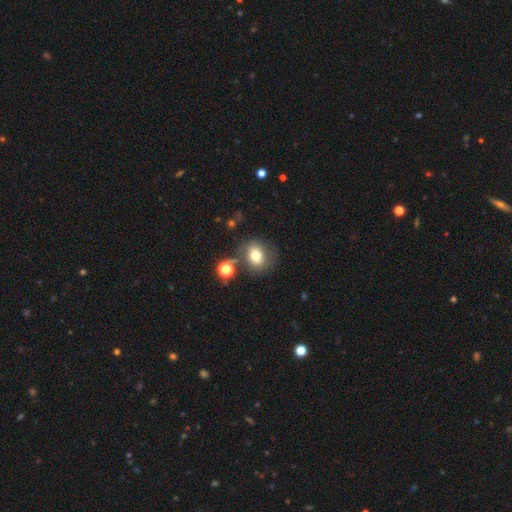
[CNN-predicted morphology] This is likely a smooth galaxy (73%). How rounded: likely round (61%). Merging: likely none (67%).